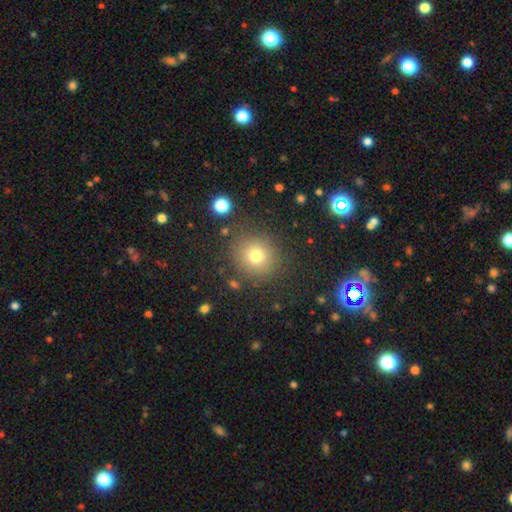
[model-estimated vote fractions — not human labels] A smooth galaxy with no disk features (74%) that is round (88%). Merging: none (85%).